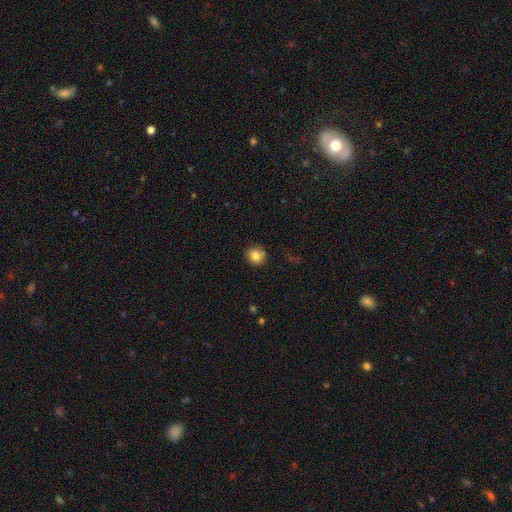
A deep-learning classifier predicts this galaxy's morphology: This is clearly a smooth galaxy (81%). How rounded: clearly round (87%). Merging: likely none (80%).